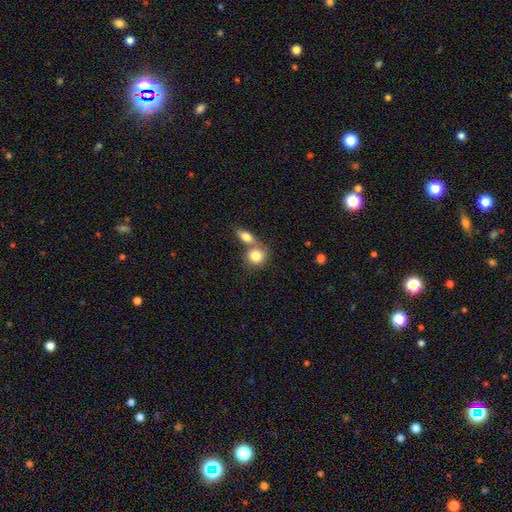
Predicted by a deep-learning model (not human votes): smooth-or-featured: smooth: 82% | featured or disk: 10% | star or artifact: 8%
  how-rounded: round: 64% | in between: 34% | cigar-shaped: 2%
  merging: merger: 50% | none: 39% | minor disturbance: 8% | major disturbance: 3%